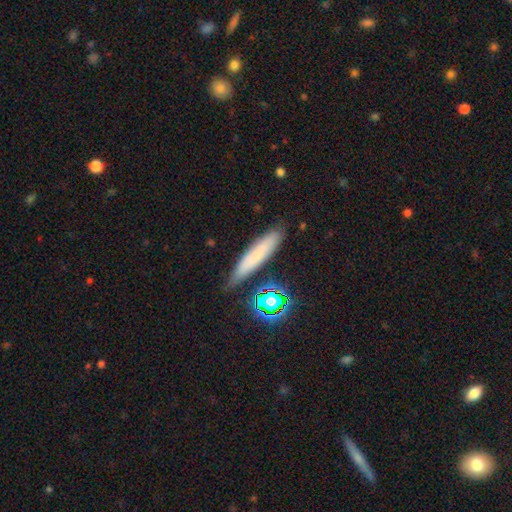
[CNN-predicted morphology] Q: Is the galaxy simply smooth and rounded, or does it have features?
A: smooth — 66%.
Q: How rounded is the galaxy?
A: cigar-shaped — 82%.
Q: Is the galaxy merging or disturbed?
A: none — 79%.